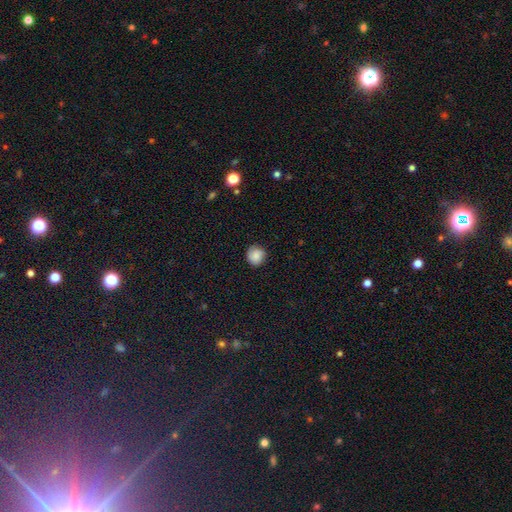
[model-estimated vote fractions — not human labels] Smooth or featured?
  - smooth: 86% *
  - star or artifact: 9%
  - featured or disk: 6%
How rounded?
  - round: 91% *
  - in between: 8%
  - cigar-shaped: 1%
Merging?
  - none: 86% *
  - minor disturbance: 10%
  - major disturbance: 2%
  - merger: 1%